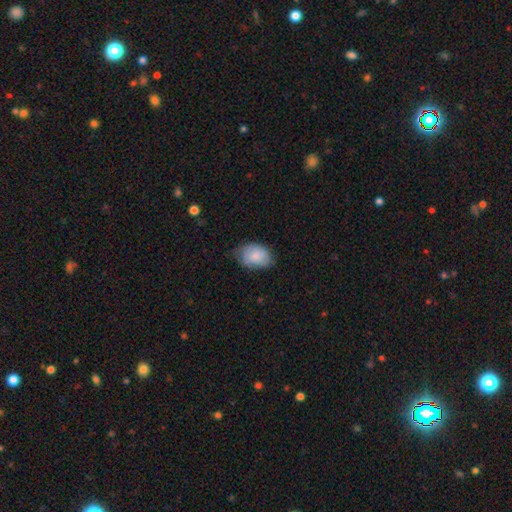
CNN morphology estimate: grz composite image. It shows a smooth galaxy with no disk features (79%) that is in between round and cigar-shaped (83%). Merging: none (62%).